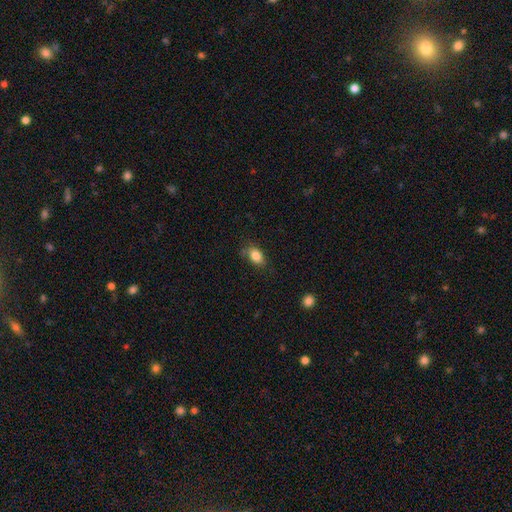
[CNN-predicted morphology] smooth_or_featured: smooth (p=0.85) [alt: star or artifact p=0.09]
how_rounded: in between (p=0.81) [alt: round p=0.18]
merging: none (p=0.72) [alt: minor disturbance p=0.21]